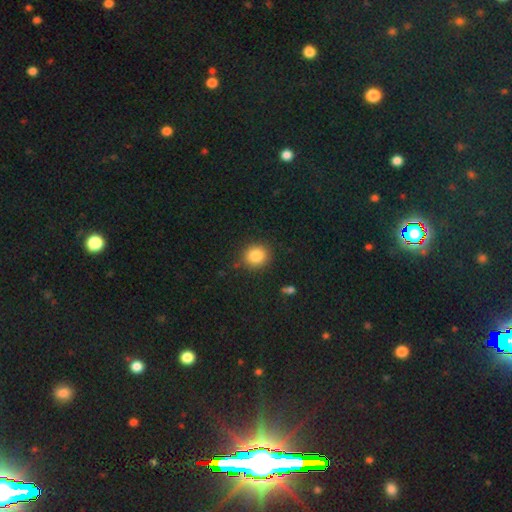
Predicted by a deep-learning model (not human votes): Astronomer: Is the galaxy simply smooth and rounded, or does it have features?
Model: smooth — 84%.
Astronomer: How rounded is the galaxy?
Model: round — 85%.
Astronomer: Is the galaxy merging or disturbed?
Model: none — 87%.